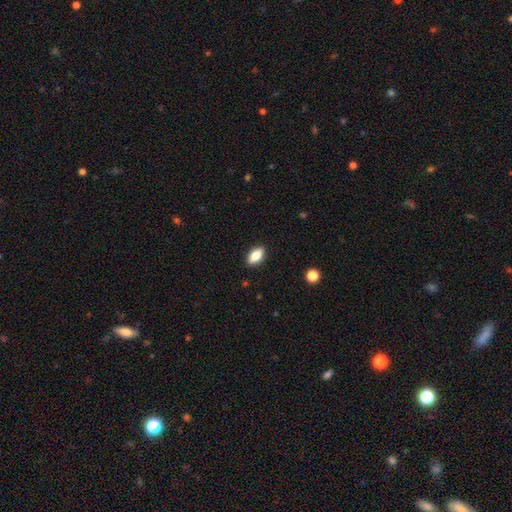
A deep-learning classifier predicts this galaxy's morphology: A smooth galaxy with no disk features (79%) that is in between round and cigar-shaped (88%).

Vote fractions:
- Smooth or featured? smooth: 79% / featured or disk: 13% / star or artifact: 7%
- How rounded? in between: 88% / cigar-shaped: 8% / round: 4%
- Merging? none: 89% / minor disturbance: 8% / major disturbance: 2% / merger: 1%